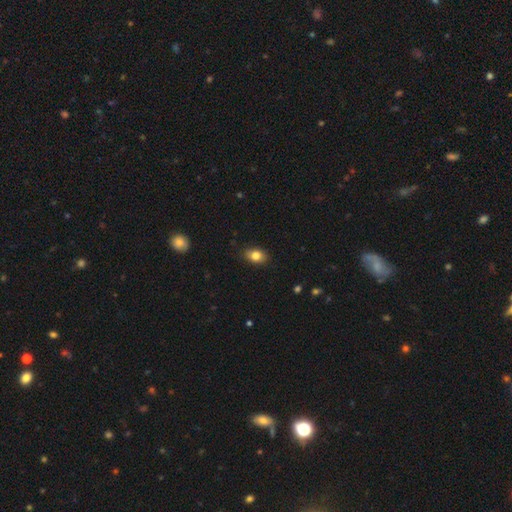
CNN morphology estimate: The model was most divided on "how rounded": in between: 76%, round: 22%, cigar-shaped: 2%. More confident: merging — none (84%); smooth or featured — smooth (83%).